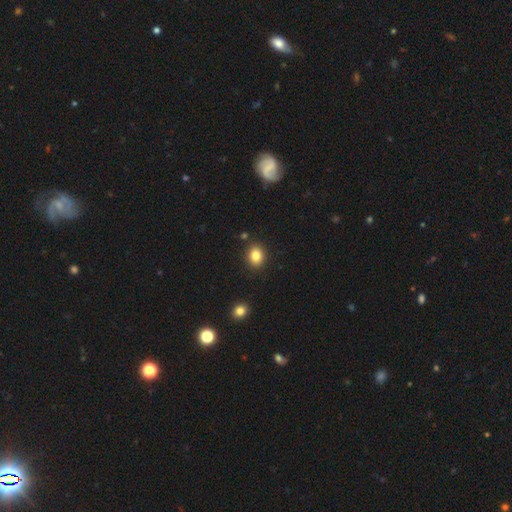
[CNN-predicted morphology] The model was most divided on "how rounded": in between: 50%, round: 49%, cigar-shaped: 1%. More confident: merging — none (87%); smooth or featured — smooth (83%).